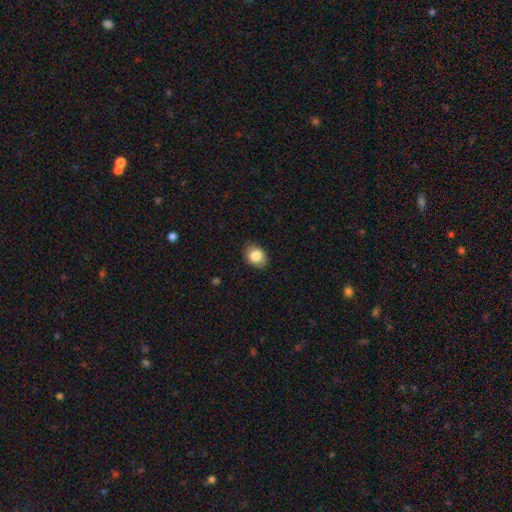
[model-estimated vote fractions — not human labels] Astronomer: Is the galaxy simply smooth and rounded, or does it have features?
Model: smooth — 85%.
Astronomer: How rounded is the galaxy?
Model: in between — 65%.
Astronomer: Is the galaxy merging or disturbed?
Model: none — 86%.